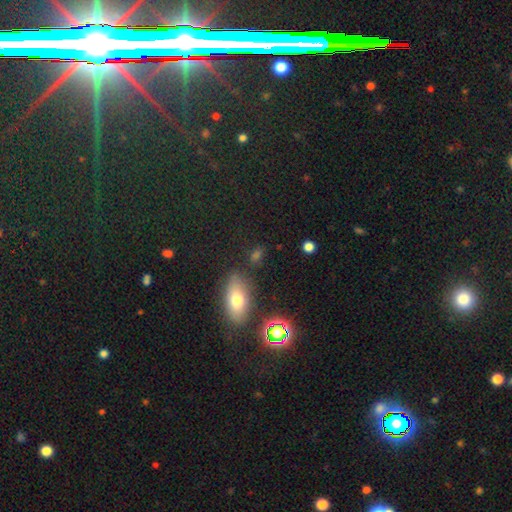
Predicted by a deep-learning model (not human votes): Smooth or featured?
  - smooth: 56% *
  - star or artifact: 30%
  - featured or disk: 13%
How rounded?
  - in between: 59% *
  - round: 27%
  - cigar-shaped: 14%
Merging?
  - none: 77% *
  - minor disturbance: 13%
  - merger: 6%
  - major disturbance: 5%